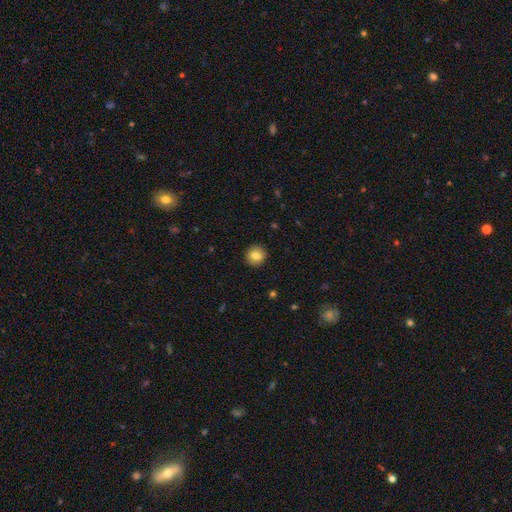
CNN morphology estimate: Overall: smooth (80%). How rounded: round (90%). Merging: none (91%).